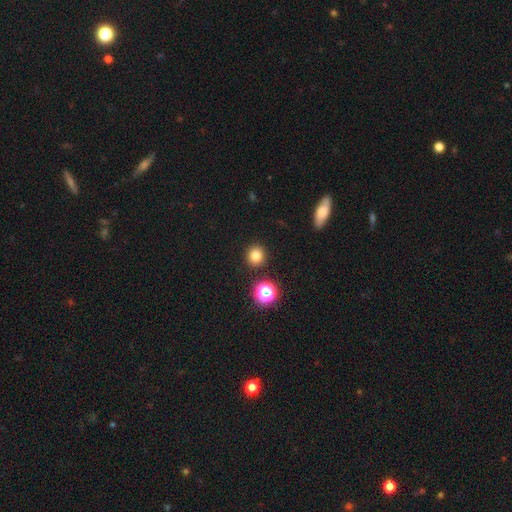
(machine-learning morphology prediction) type=smooth (79%); roundness=round (92%); merging=none (90%).